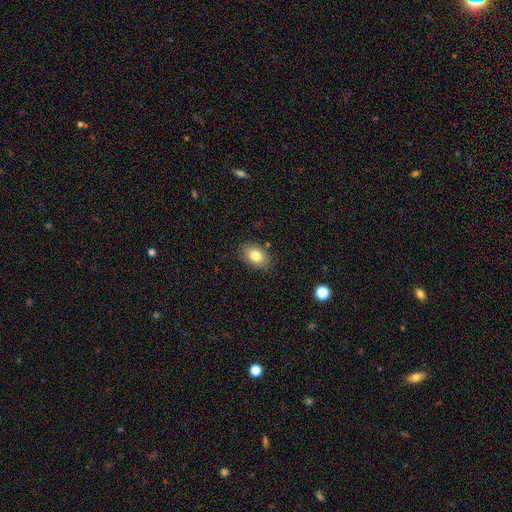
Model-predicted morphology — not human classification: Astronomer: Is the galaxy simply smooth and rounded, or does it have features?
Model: smooth — 81%.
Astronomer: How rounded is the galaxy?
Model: in between — 85%.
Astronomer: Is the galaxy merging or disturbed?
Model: none — 84%.